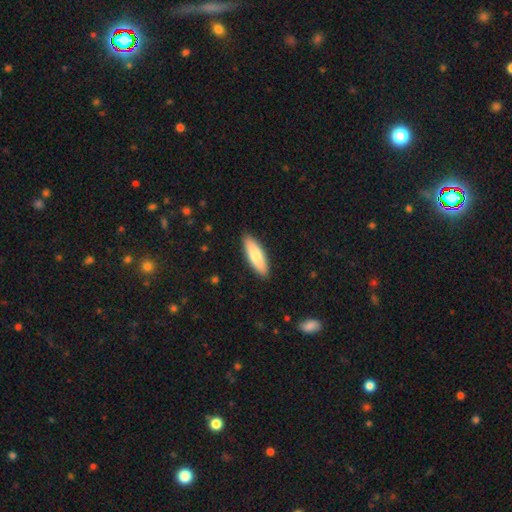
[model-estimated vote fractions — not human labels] The model was most divided on "how rounded": cigar-shaped: 51%, in between: 47%, round: 2%. More confident: merging — none (89%); smooth or featured — smooth (79%).